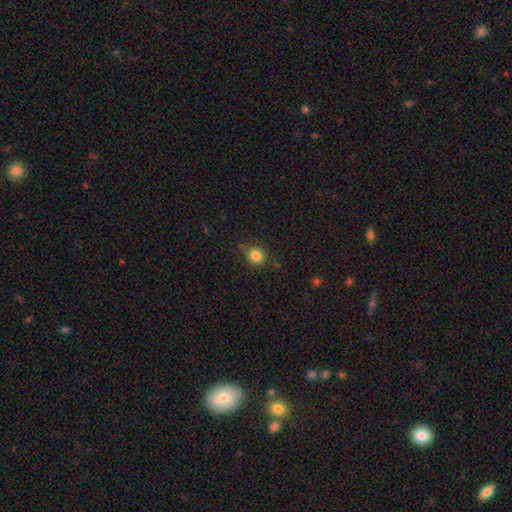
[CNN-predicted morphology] This appears to be a smooth galaxy with no disk features (84%) that is round (86%). Merging: none (82%).